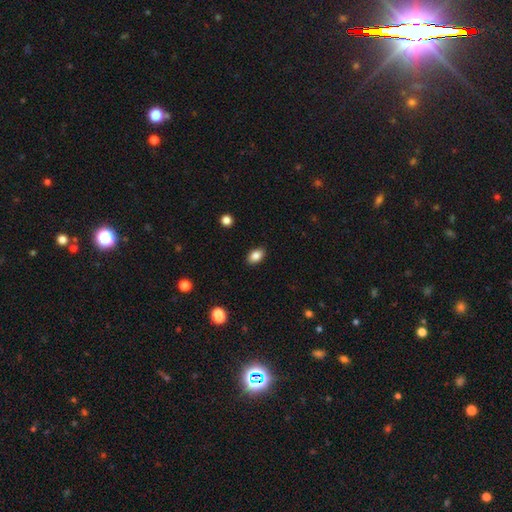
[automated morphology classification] Q: Smooth or featured?
A: smooth (85%); runner-up: star or artifact (9%)
Q: How rounded?
A: in between (88%); runner-up: round (11%)
Q: Merging?
A: none (89%); runner-up: minor disturbance (8%)